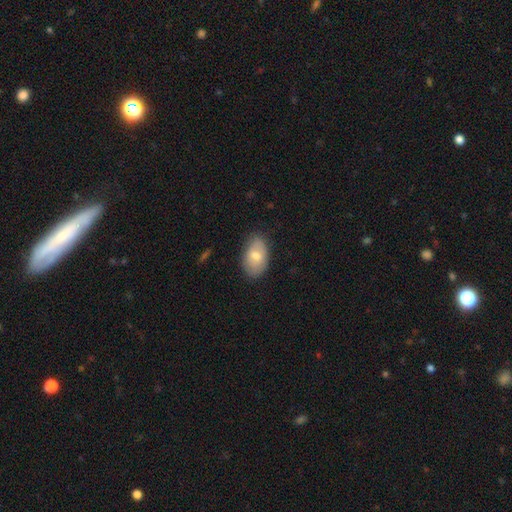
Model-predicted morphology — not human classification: Smooth or featured: smooth — 67% (featured or disk — 26%)
How rounded: in between — 91% (round — 8%)
Merging: none — 80% (minor disturbance — 16%)